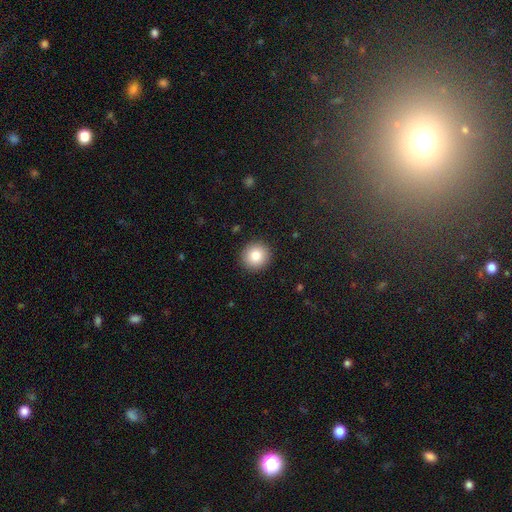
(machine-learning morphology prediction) A smooth galaxy with no disk features (83%) that is round (93%).

Vote fractions:
- Smooth or featured? smooth: 83% / star or artifact: 9% / featured or disk: 7%
- How rounded? round: 93% / in between: 6% / cigar-shaped: 1%
- Merging? none: 92% / minor disturbance: 5% / major disturbance: 2% / merger: 1%